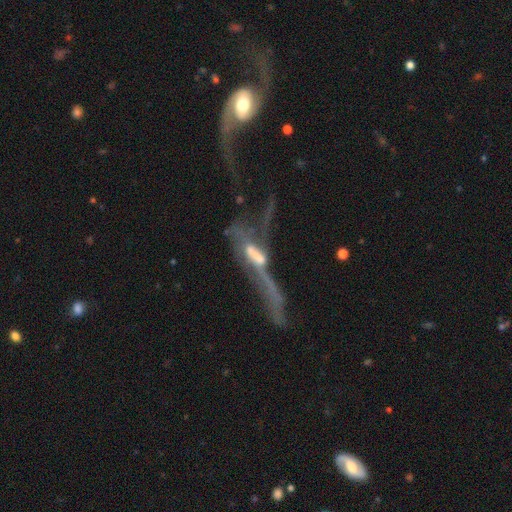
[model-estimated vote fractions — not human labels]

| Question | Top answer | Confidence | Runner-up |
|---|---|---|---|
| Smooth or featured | featured or disk | 65% | smooth (23%) |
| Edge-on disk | no | 64% | yes (36%) |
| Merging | major disturbance | 50% | merger (24%) |